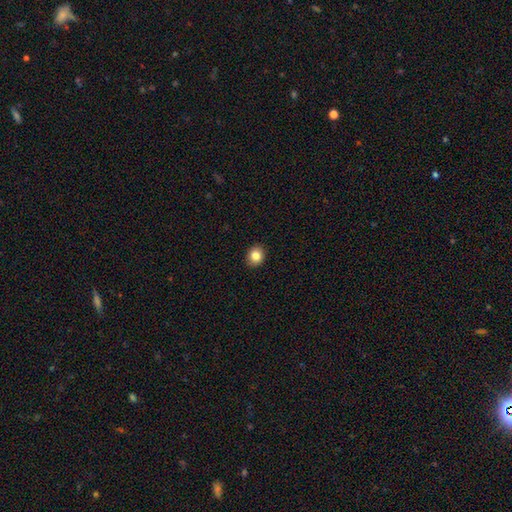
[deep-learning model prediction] This is clearly a smooth galaxy (83%). How rounded: likely round (66%). Merging: clearly none (91%).